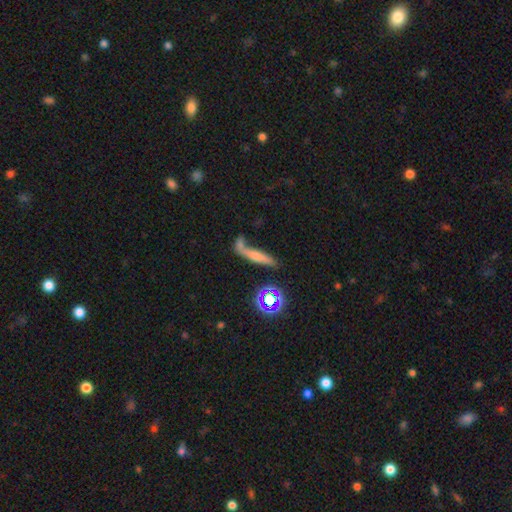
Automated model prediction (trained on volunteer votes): Smooth or featured: smooth — 45% (featured or disk — 35%)
Merging: none — 47% (merger — 23%)